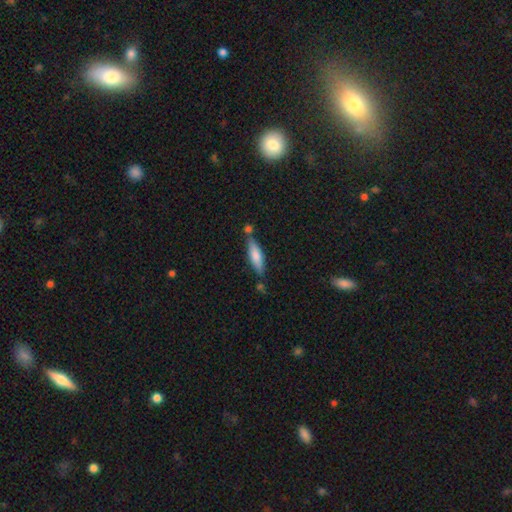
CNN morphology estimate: Smooth or featured?
  - smooth: 70% *
  - featured or disk: 24%
  - star or artifact: 6%
How rounded?
  - cigar-shaped: 62% *
  - in between: 36%
  - round: 2%
Merging?
  - none: 66% *
  - minor disturbance: 18%
  - merger: 13%
  - major disturbance: 4%